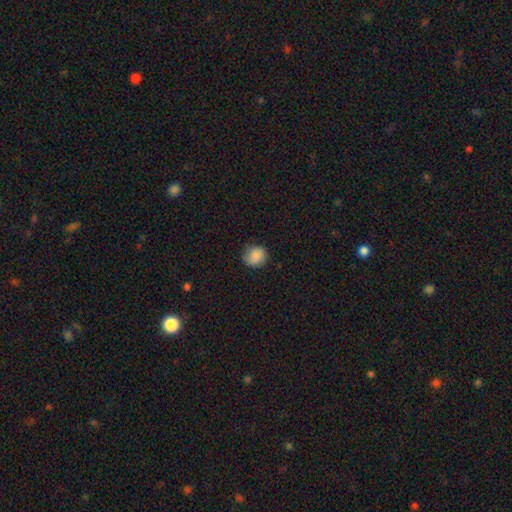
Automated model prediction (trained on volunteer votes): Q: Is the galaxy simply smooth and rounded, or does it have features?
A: smooth — 86%.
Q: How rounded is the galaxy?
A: round — 85%.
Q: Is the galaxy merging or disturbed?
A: none — 82%.